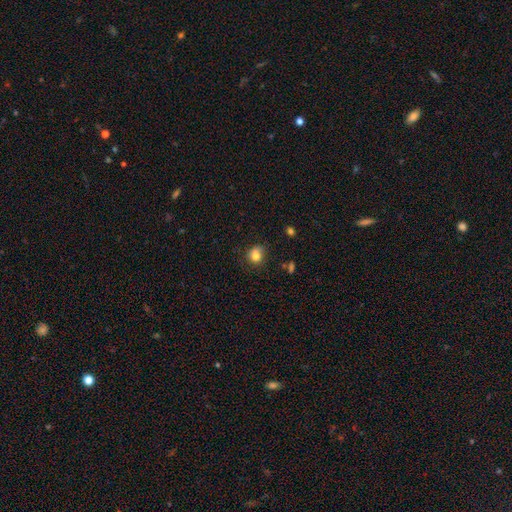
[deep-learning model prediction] Overall: smooth (80%). How rounded: round (72%). Merging: none (66%).